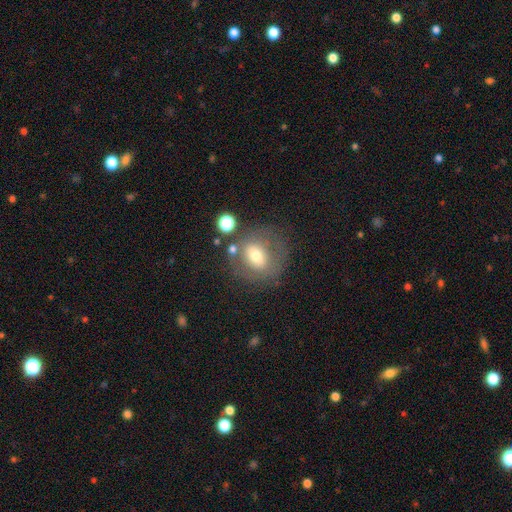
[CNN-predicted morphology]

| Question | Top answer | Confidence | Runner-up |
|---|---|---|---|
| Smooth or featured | smooth | 55% | featured or disk (34%) |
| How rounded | round | 66% | in between (33%) |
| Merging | none | 63% | minor disturbance (17%) |